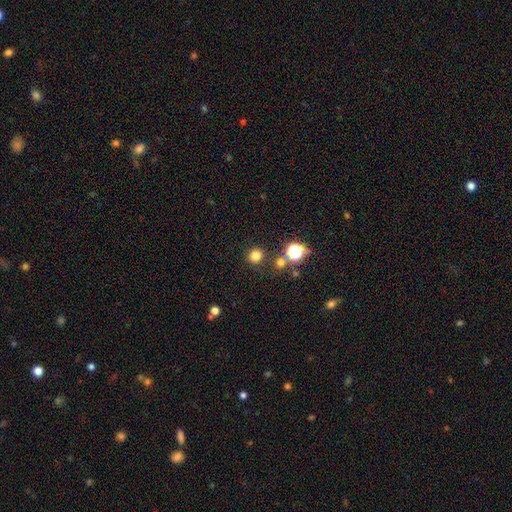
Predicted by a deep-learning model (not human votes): smooth_or_featured: smooth (p=0.77) [alt: star or artifact p=0.19]
how_rounded: round (p=0.93) [alt: in between p=0.06]
merging: none (p=0.84) [alt: minor disturbance p=0.07]